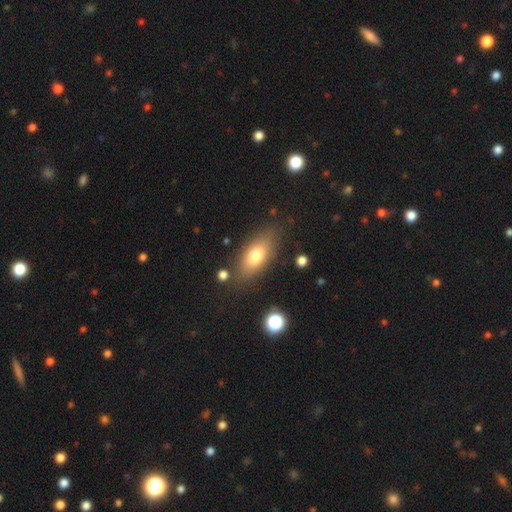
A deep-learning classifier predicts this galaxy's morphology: smooth_or_featured: smooth (p=0.73) [alt: featured or disk p=0.18]
how_rounded: in between (p=0.82) [alt: cigar-shaped p=0.13]
merging: none (p=0.80) [alt: minor disturbance p=0.13]